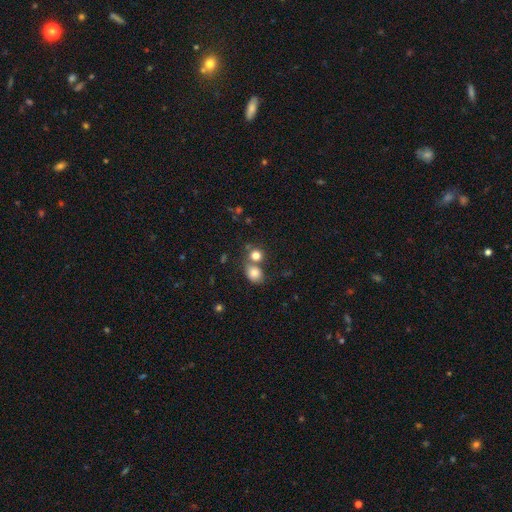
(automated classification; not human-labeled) Smooth or featured?
  - smooth: 79% *
  - star or artifact: 12%
  - featured or disk: 9%
How rounded?
  - round: 74% *
  - in between: 24%
  - cigar-shaped: 1%
Merging?
  - none: 49% *
  - merger: 39%
  - minor disturbance: 8%
  - major disturbance: 4%